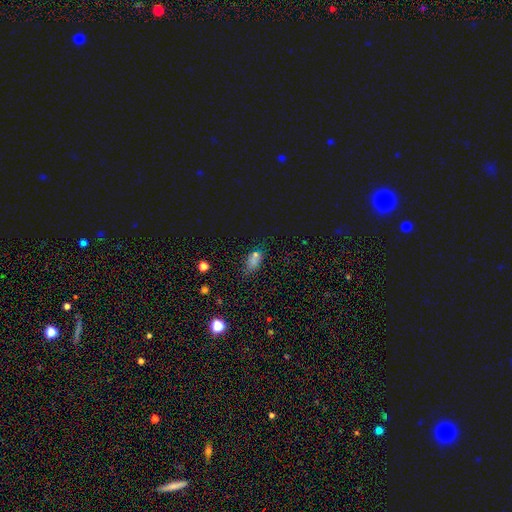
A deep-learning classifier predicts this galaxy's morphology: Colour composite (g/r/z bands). It shows a smooth galaxy with no disk features (55%) that is in between round and cigar-shaped (72%). Merging: none (63%).